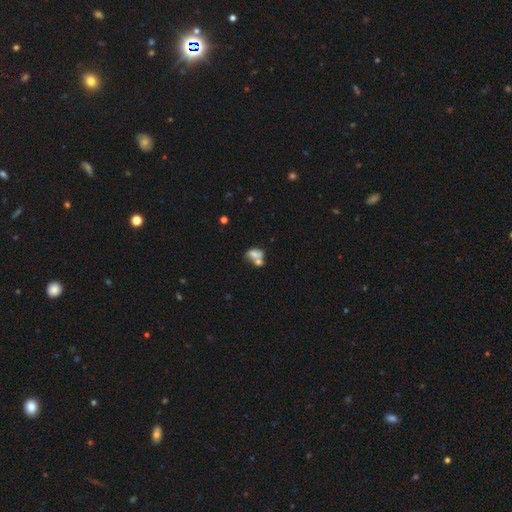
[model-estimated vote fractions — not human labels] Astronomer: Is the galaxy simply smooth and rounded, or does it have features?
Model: smooth — 63%.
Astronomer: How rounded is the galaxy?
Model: in between — 78%.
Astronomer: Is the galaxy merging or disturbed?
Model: merger — 60%.